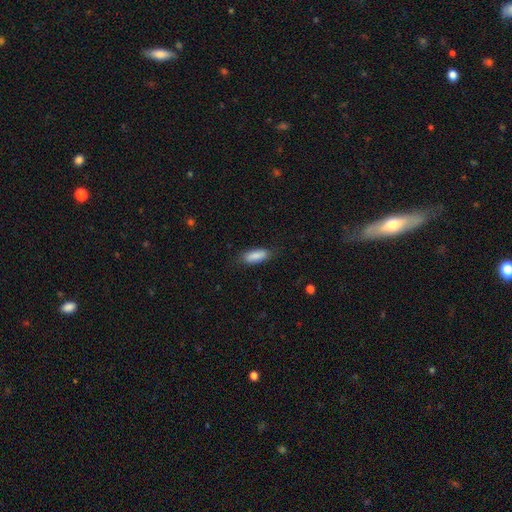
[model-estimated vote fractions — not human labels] Overall: smooth (86%). How rounded: in between (74%). Merging: none (79%).